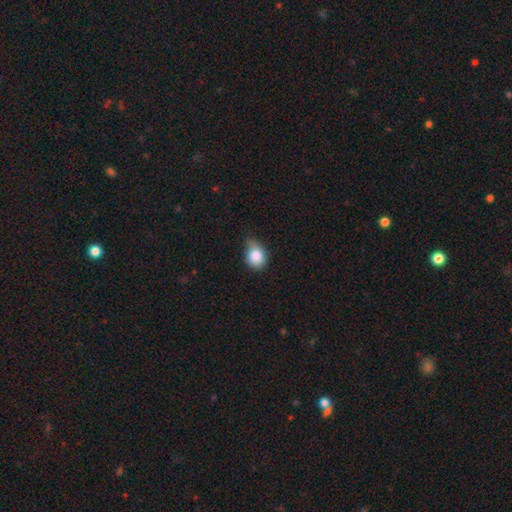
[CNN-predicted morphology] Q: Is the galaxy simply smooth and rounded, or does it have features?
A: smooth — 84%.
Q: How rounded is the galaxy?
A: round — 56%.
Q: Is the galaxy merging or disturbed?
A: minor disturbance — 50%.